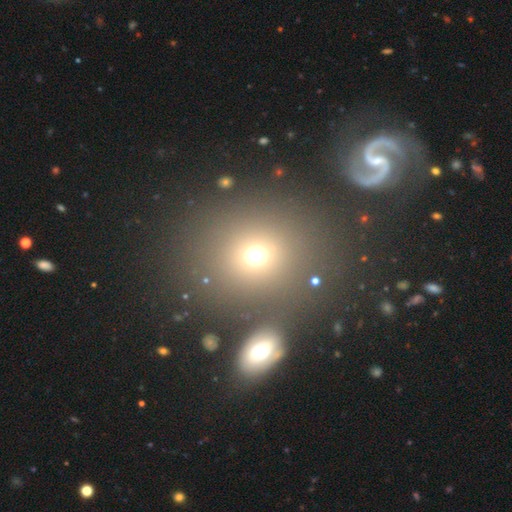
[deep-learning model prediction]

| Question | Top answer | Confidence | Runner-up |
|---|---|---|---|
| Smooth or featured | smooth | 69% | star or artifact (21%) |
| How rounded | round | 79% | in between (20%) |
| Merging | none | 67% | merger (18%) |